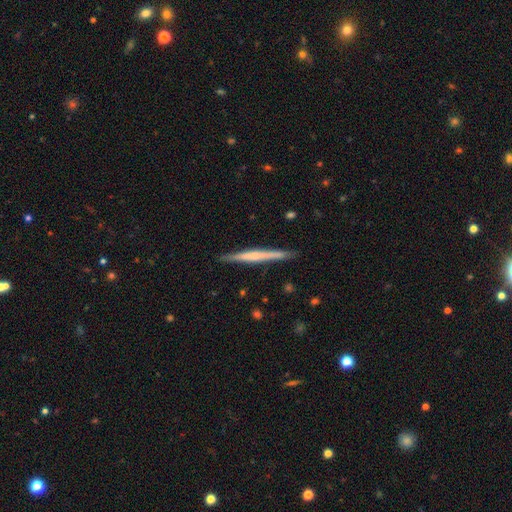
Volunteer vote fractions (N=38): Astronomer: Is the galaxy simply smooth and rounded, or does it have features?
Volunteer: featured or disk — 50% (runner-up: smooth, 42%).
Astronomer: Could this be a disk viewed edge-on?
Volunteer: yes — 100%.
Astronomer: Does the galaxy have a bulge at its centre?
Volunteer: rounded — 68%.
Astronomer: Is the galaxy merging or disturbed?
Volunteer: none — 89%.